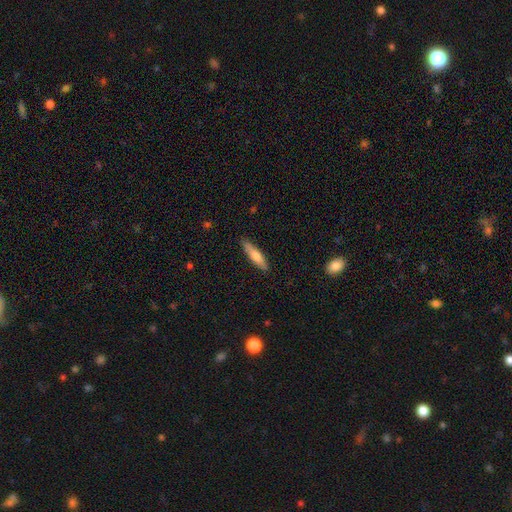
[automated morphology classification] smooth_or_featured: smooth (p=0.66) [alt: featured or disk p=0.29]
how_rounded: cigar-shaped (p=0.82) [alt: in between p=0.17]
merging: none (p=0.87) [alt: minor disturbance p=0.10]